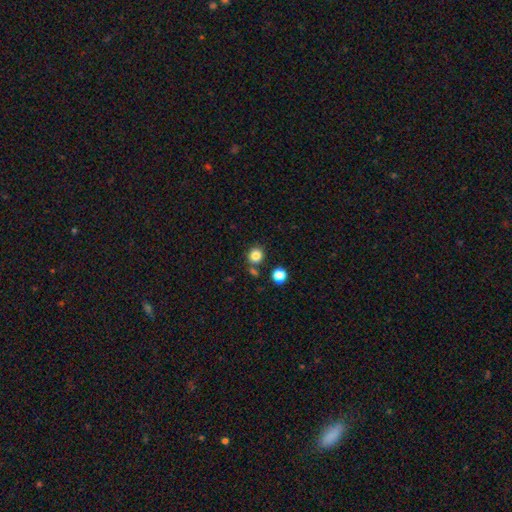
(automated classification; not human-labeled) The model was most divided on "merging": none: 77%, merger: 11%, minor disturbance: 9%, major disturbance: 3%. More confident: how rounded — round (88%); smooth or featured — smooth (84%).